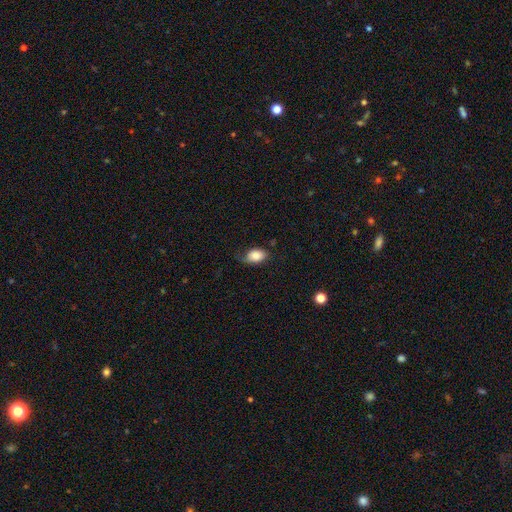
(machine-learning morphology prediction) Q: Smooth or featured?
A: smooth (82%); runner-up: featured or disk (10%)
Q: How rounded?
A: in between (88%); runner-up: round (10%)
Q: Merging?
A: none (57%); runner-up: minor disturbance (31%)